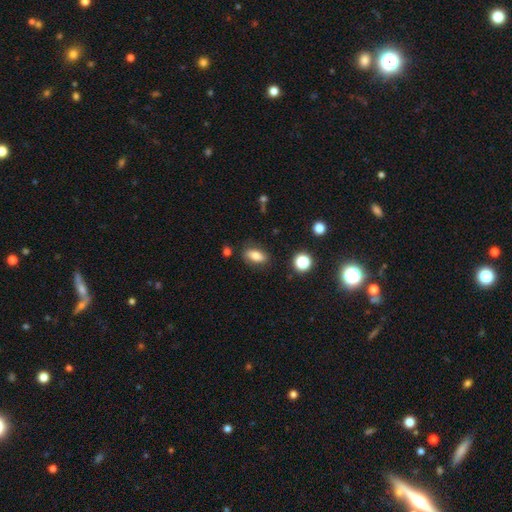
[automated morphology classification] A smooth galaxy with no disk features (75%) that is in between round and cigar-shaped (81%). Merging: none (81%).